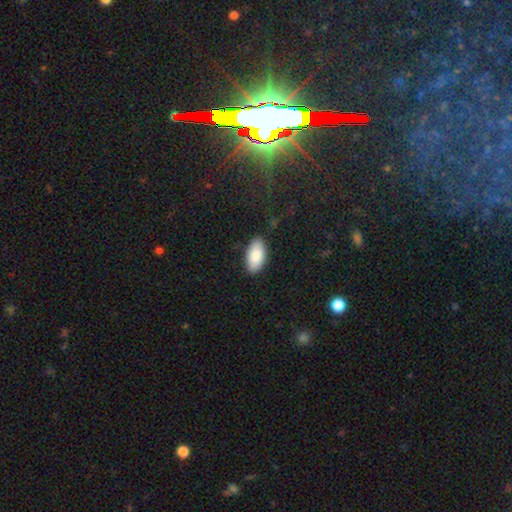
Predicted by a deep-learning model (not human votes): smooth_or_featured: smooth (p=0.88) [alt: star or artifact p=0.06]
how_rounded: in between (p=0.94) [alt: cigar-shaped p=0.04]
merging: none (p=0.85) [alt: minor disturbance p=0.12]